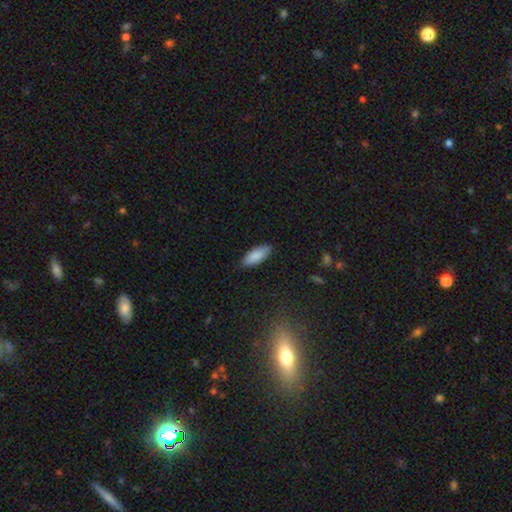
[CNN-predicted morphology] smooth_or_featured: smooth (p=0.88) [alt: featured or disk p=0.06]
how_rounded: in between (p=0.75) [alt: cigar-shaped p=0.24]
merging: none (p=0.85) [alt: minor disturbance p=0.12]